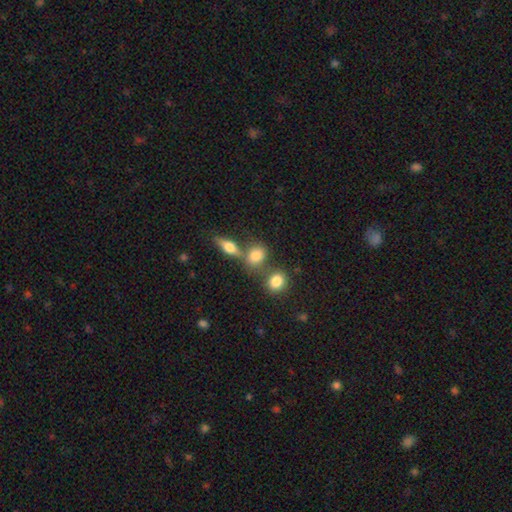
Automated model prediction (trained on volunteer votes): Q: Smooth or featured?
A: smooth (78%); runner-up: featured or disk (11%)
Q: How rounded?
A: in between (52%); runner-up: round (45%)
Q: Merging?
A: none (49%); runner-up: merger (35%)